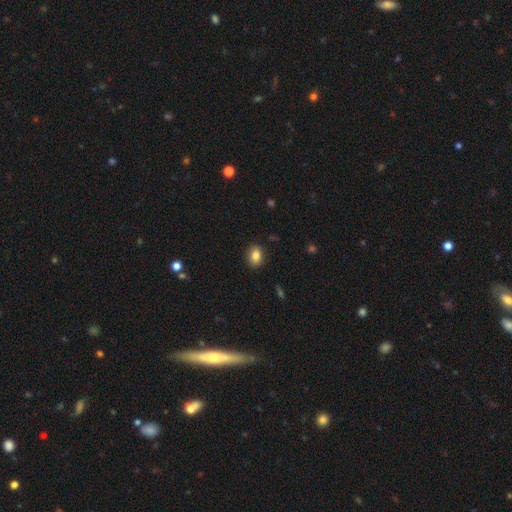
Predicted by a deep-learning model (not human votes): This appears to be a smooth galaxy with no disk features (84%) that is in between round and cigar-shaped (70%). Merging: none (88%).